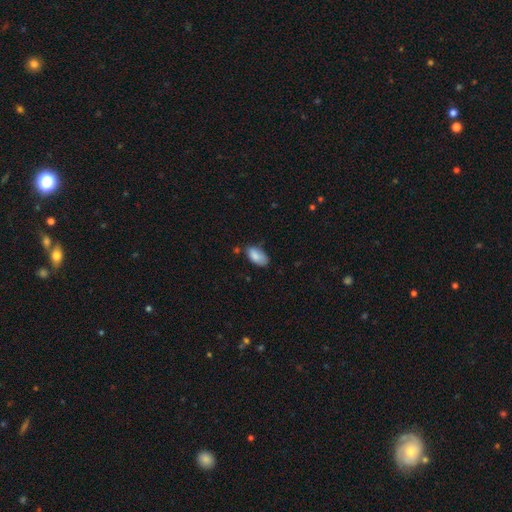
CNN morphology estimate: smooth 84%, featured or disk 9%, star or artifact 7%. Down the decision tree: how rounded — in between (93%); merging — none (55%).